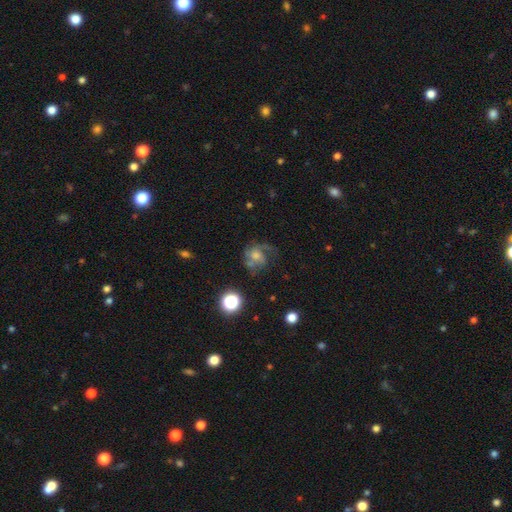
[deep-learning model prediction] smooth-or-featured: featured or disk: 58% | smooth: 25% | star or artifact: 17%
  disk-edge-on: no: 97% | yes: 3%
    bar: no: 71% | weak: 24% | strong: 4%
    has-spiral-arms: yes: 81% | no: 19%
    bulge-size: moderate: 47% | small: 30% | none: 11% | large: 11% | dominant: 2%
  merging: none: 46% | major disturbance: 29% | minor disturbance: 19% | merger: 6%